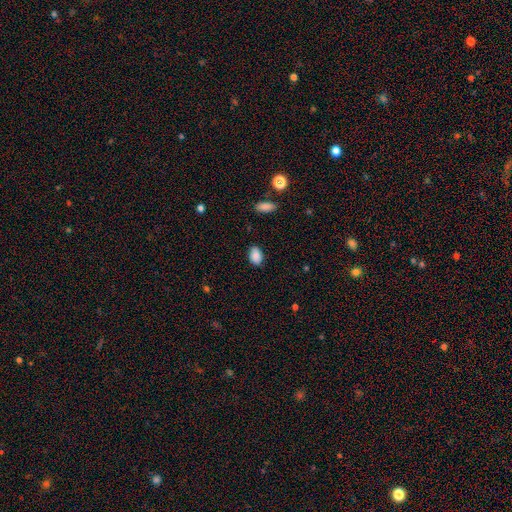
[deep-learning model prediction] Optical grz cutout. It shows a smooth galaxy with no disk features (88%) that is in between round and cigar-shaped (87%). Merging: none (84%).